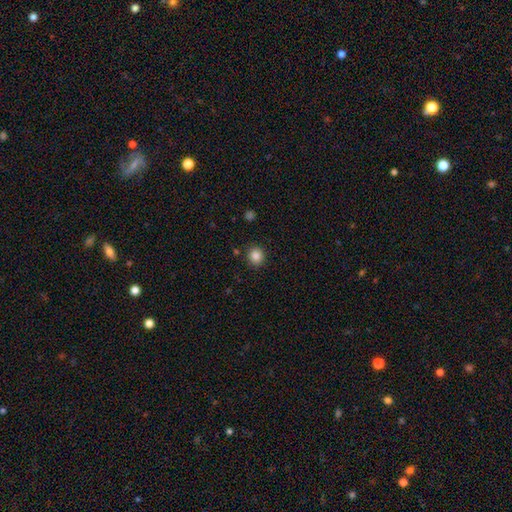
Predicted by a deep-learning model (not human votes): Smooth or featured: smooth — 85% (star or artifact — 11%)
How rounded: round — 86% (in between — 13%)
Merging: none — 89% (minor disturbance — 7%)